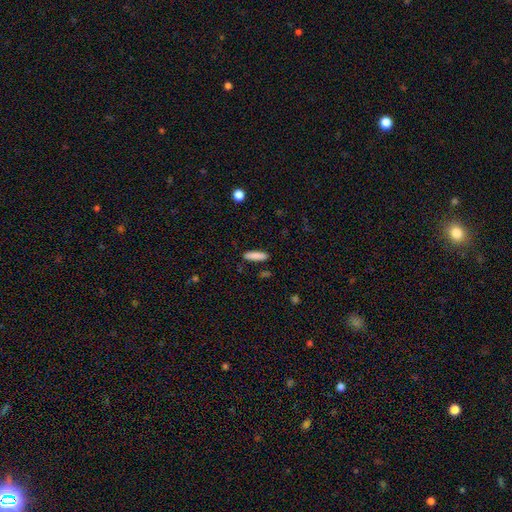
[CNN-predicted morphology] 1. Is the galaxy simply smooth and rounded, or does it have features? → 86% smooth, 8% featured or disk, 7% star or artifact.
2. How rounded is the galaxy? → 71% cigar-shaped, 28% in between, 2% round.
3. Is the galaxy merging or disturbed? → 87% none, 9% minor disturbance, 2% major disturbance, 2% merger.